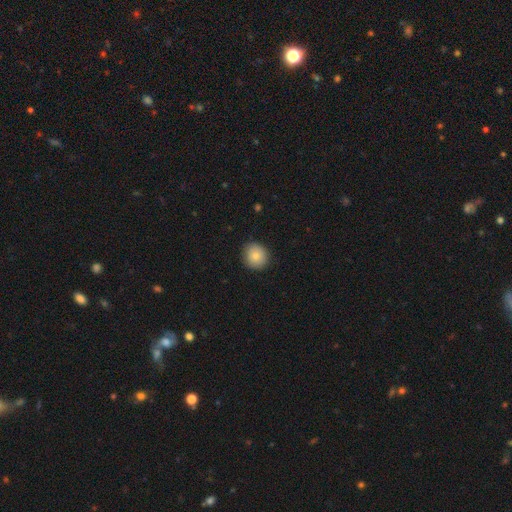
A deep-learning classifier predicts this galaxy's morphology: This appears to be a smooth galaxy with no disk features (81%) that is round (88%). Merging: none (89%).